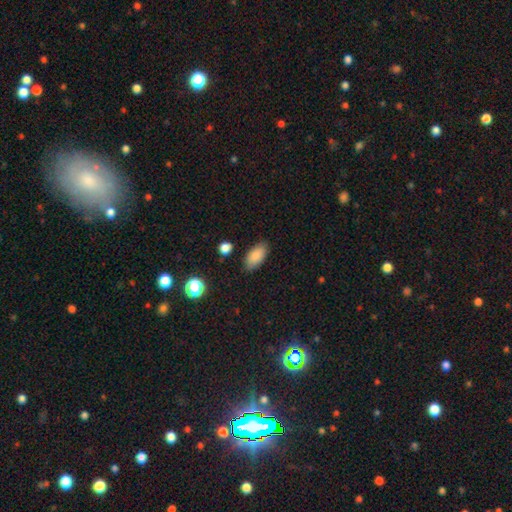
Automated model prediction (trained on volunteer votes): A smooth galaxy with no disk features (86%) that is in between round and cigar-shaped (92%).

Vote fractions:
- Smooth or featured? smooth: 86% / star or artifact: 8% / featured or disk: 7%
- How rounded? in between: 92% / cigar-shaped: 5% / round: 3%
- Merging? none: 84% / minor disturbance: 12% / major disturbance: 3% / merger: 2%